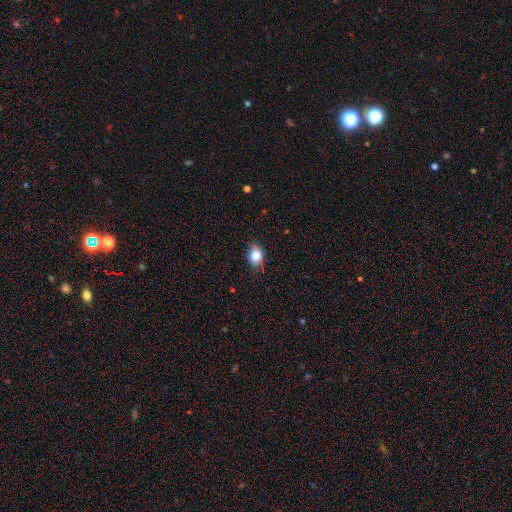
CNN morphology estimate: The model was most divided on "how rounded": round: 53%, in between: 45%, cigar-shaped: 2%. More confident: merging — none (77%); smooth or featured — smooth (73%).